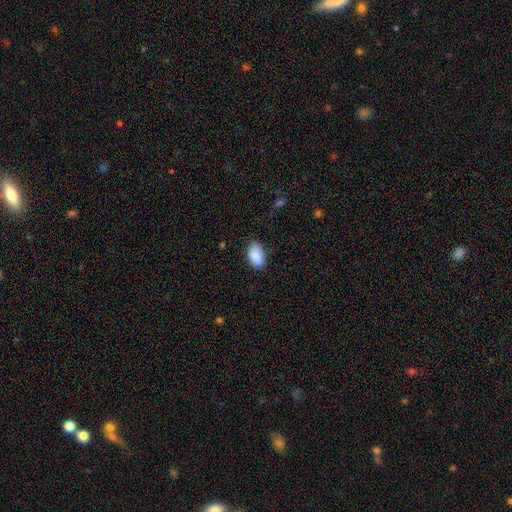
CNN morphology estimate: Smooth or featured? Predicted: smooth (p=0.89). How rounded? Predicted: in between (p=0.94). Merging? Predicted: none (p=0.82).